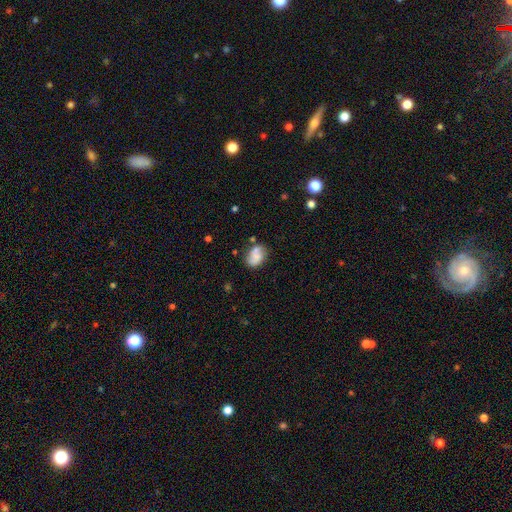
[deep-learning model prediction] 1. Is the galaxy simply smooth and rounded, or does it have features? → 57% smooth, 34% featured or disk, 9% star or artifact.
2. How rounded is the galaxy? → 73% in between, 26% round, 1% cigar-shaped.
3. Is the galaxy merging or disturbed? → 57% none, 24% minor disturbance, 11% merger, 8% major disturbance.